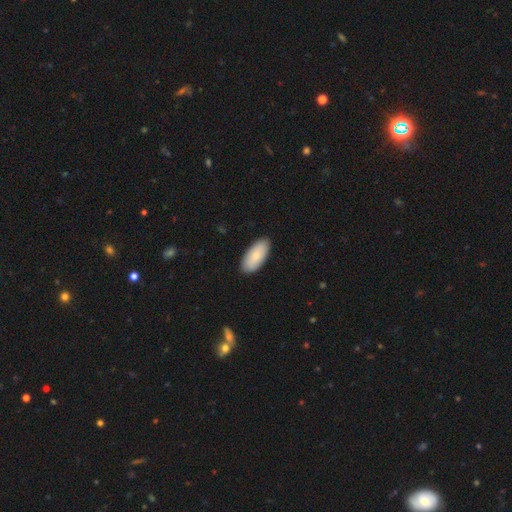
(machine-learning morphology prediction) smooth 84%, featured or disk 11%, star or artifact 5%. Down the decision tree: how rounded — in between (91%); merging — none (89%).